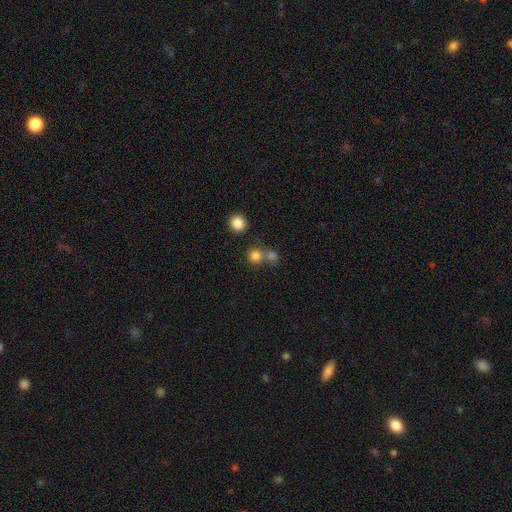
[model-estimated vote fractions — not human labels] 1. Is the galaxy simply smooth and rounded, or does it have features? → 79% smooth, 14% star or artifact, 7% featured or disk.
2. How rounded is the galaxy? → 89% round, 10% in between, 1% cigar-shaped.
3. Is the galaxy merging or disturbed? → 56% none, 33% merger, 7% minor disturbance, 3% major disturbance.